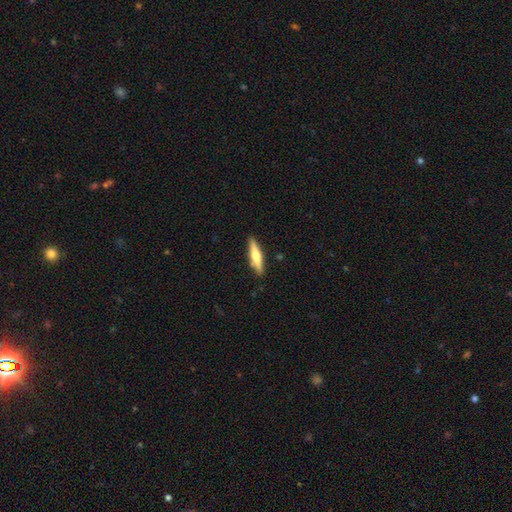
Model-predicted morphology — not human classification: Smooth or featured? smooth (49%)
Merging? none (89%)